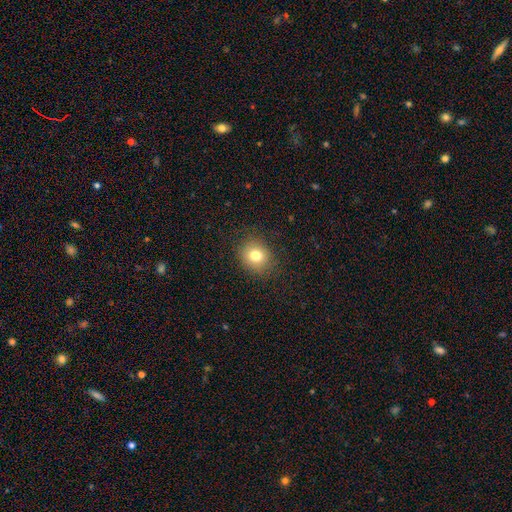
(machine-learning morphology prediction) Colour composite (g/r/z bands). It shows a smooth galaxy with no disk features (78%) that is round (74%). Merging: none (87%).